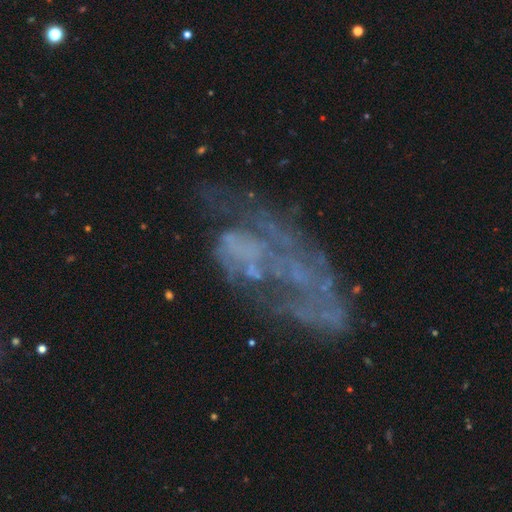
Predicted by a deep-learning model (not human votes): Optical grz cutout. It shows a featured or disk galaxy (69%) with no bar (85%), no spiral arms (61%) and no central bulge (80%). Merging: major disturbance (38%).